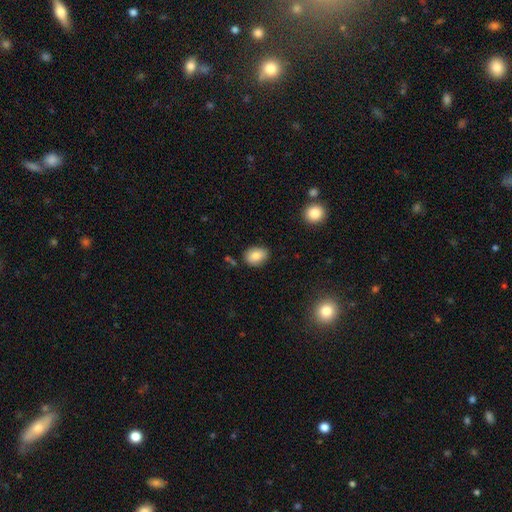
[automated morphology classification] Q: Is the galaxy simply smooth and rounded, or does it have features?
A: smooth — 82%.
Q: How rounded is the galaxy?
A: in between — 71%.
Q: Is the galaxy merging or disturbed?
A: none — 81%.